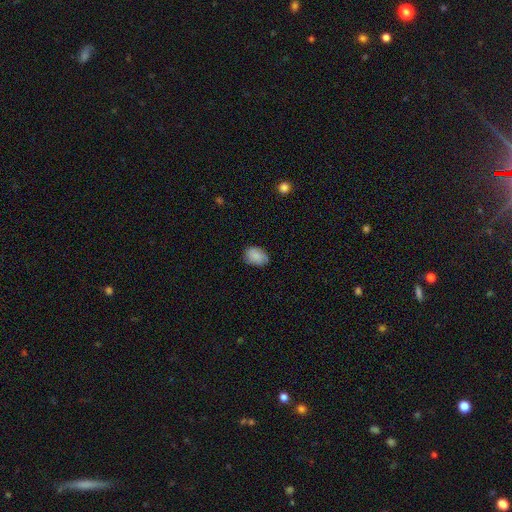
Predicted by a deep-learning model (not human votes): This is clearly a smooth galaxy (84%). How rounded: likely in between (66%). Merging: likely none (71%).